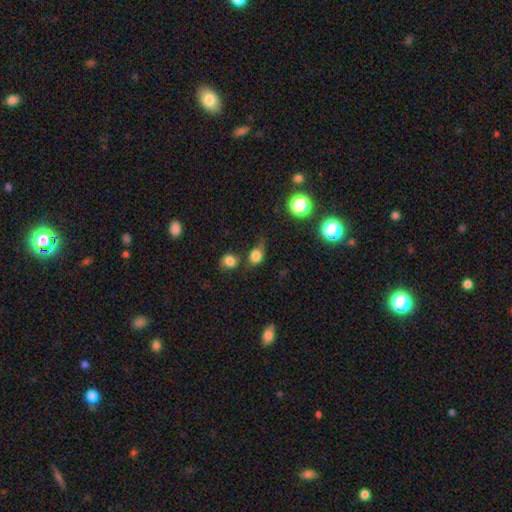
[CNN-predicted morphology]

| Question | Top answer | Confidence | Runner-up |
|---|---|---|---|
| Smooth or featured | smooth | 76% | star or artifact (15%) |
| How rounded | round | 61% | in between (37%) |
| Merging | none | 43% | minor disturbance (26%) |